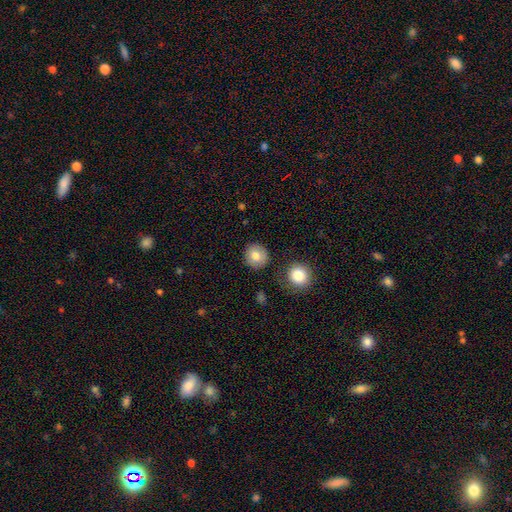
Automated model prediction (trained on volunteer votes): smooth 79%, featured or disk 13%, star or artifact 8%. Down the decision tree: how rounded — round (90%); merging — none (86%).